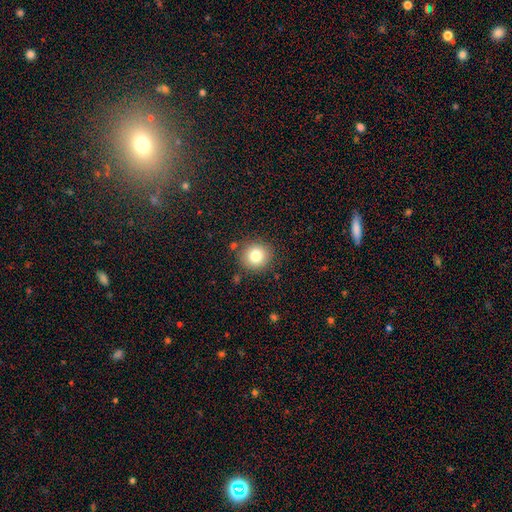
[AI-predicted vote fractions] Q: Smooth or featured?
A: smooth (80%); runner-up: star or artifact (12%)
Q: How rounded?
A: round (91%); runner-up: in between (8%)
Q: Merging?
A: none (87%); runner-up: minor disturbance (8%)